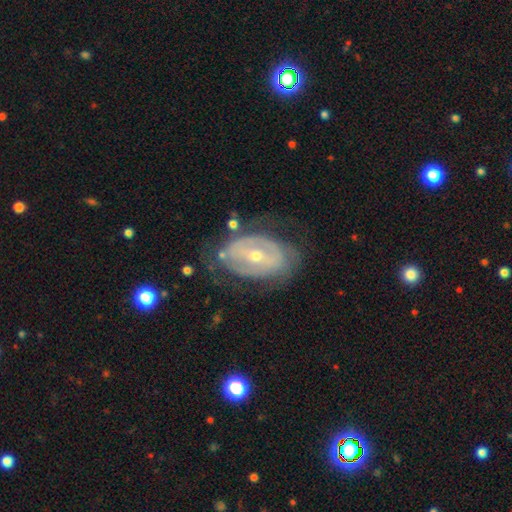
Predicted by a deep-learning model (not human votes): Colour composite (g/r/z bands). It shows a featured or disk galaxy (77%) with a strong bar (37%), spiral arms (55%) and a small central bulge (56%). Merging: none (63%).